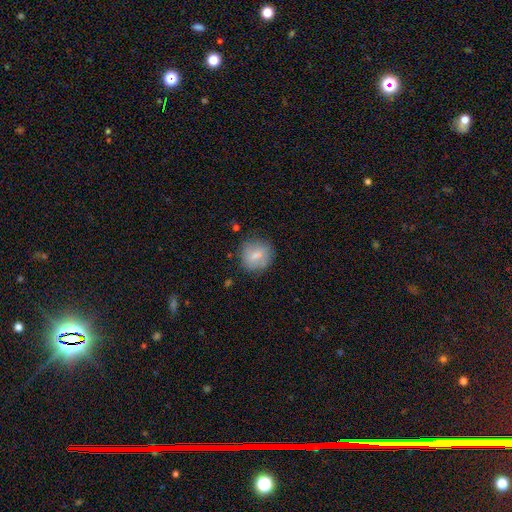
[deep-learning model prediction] Smooth or featured? Predicted: smooth (p=0.74). How rounded? Predicted: round (p=0.82). Merging? Predicted: none (p=0.72).